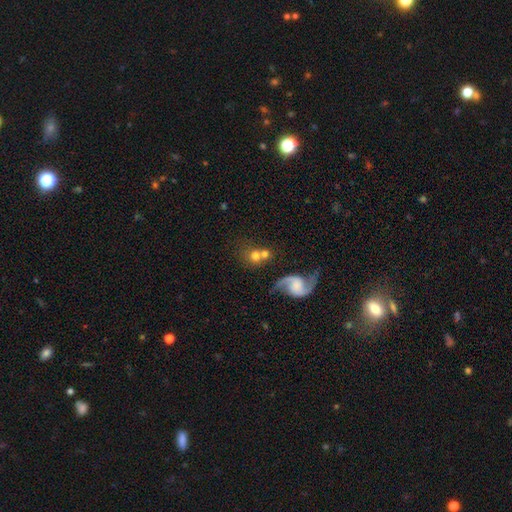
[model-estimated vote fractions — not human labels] Smooth or featured? Predicted: smooth (p=0.58). How rounded? Predicted: round (p=0.81). Merging? Predicted: none (p=0.46).